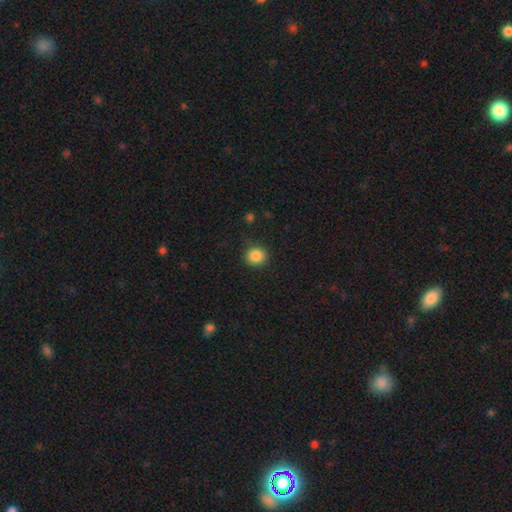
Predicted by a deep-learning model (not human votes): smooth-or-featured: smooth: 86% | star or artifact: 10% | featured or disk: 4%
  how-rounded: round: 89% | in between: 10% | cigar-shaped: 1%
  merging: none: 88% | minor disturbance: 8% | major disturbance: 3% | merger: 1%